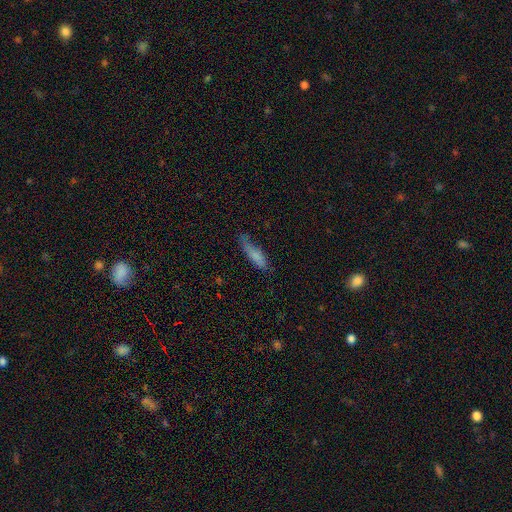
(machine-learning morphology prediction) The model was most divided on "merging": none: 56%, minor disturbance: 30%, major disturbance: 11%, merger: 3%. More confident: smooth or featured — smooth (73%); how rounded — cigar-shaped (64%).